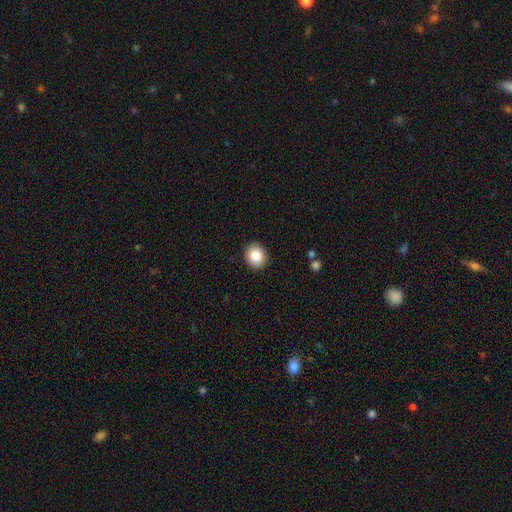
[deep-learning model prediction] Smooth or featured? smooth (85%)
How rounded? round (71%)
Merging? none (91%)